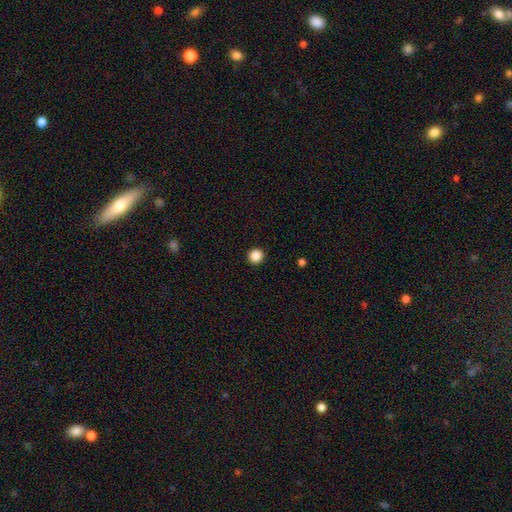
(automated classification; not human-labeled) Smooth or featured? smooth (87%)
How rounded? round (94%)
Merging? none (94%)